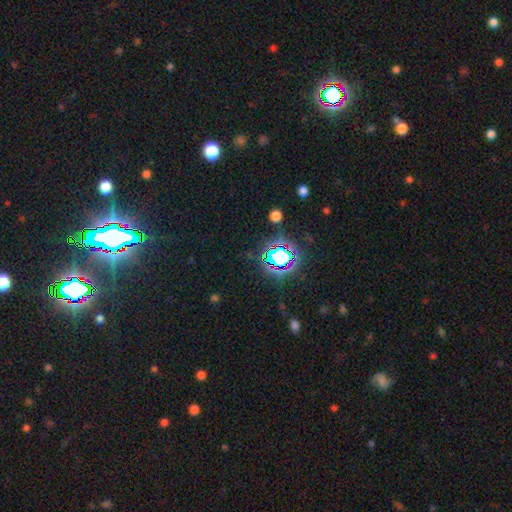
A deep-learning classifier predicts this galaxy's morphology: Overall: star or artifact (81%).